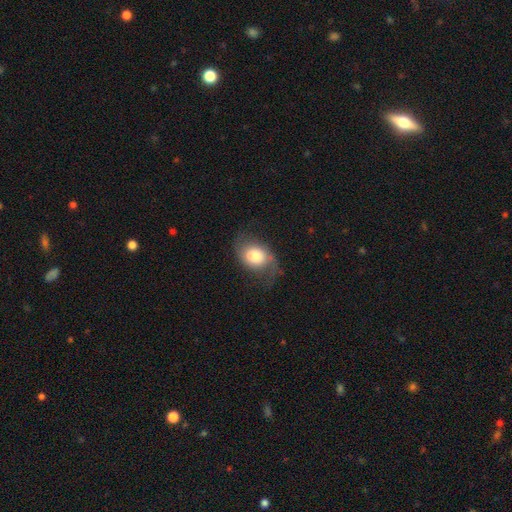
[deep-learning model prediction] This appears to be a featured or disk galaxy (47%). Merging: none (56%).